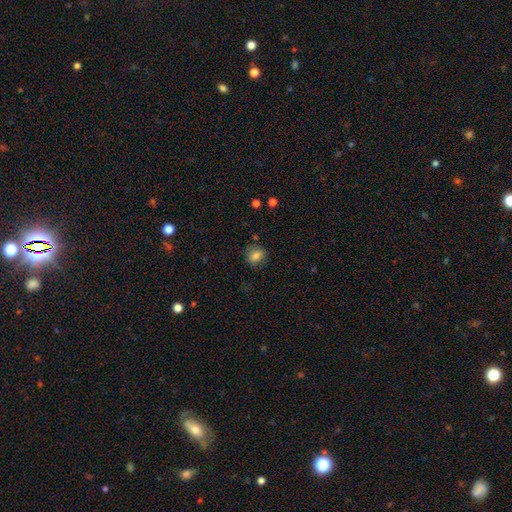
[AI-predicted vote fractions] This appears to be a smooth galaxy with no disk features (82%) that is round (68%). Merging: none (82%).